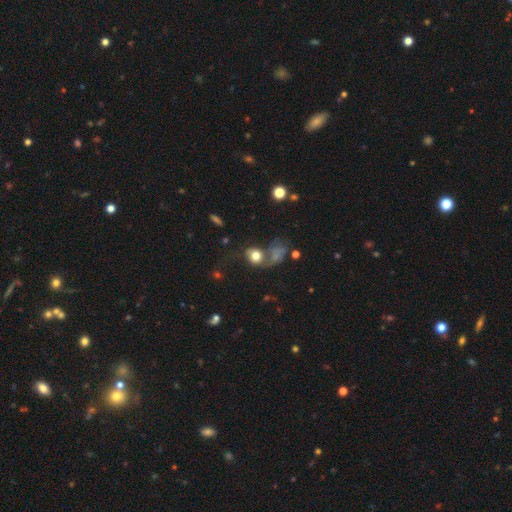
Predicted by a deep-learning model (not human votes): smooth_or_featured: smooth (p=0.73) [alt: featured or disk p=0.15]
how_rounded: round (p=0.63) [alt: in between p=0.35]
merging: none (p=0.39) [alt: merger p=0.28]